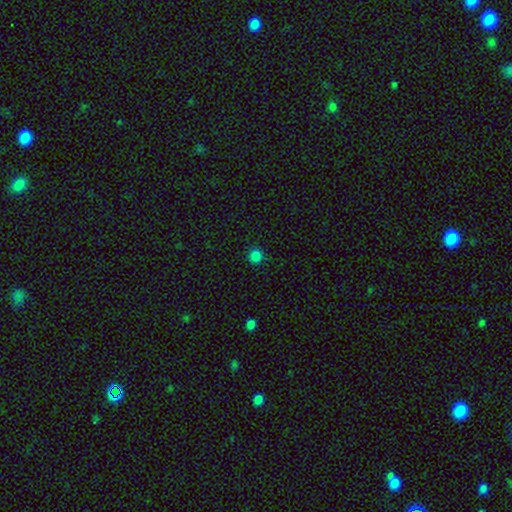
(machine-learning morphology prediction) Overall: smooth (83%). How rounded: round (94%). Merging: none (90%).